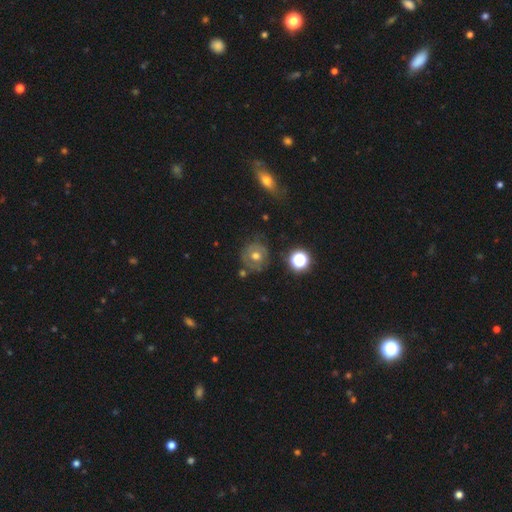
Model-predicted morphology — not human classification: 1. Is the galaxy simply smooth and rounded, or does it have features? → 45% smooth, 41% featured or disk, 14% star or artifact.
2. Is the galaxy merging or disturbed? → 73% none, 16% minor disturbance, 6% major disturbance, 4% merger.